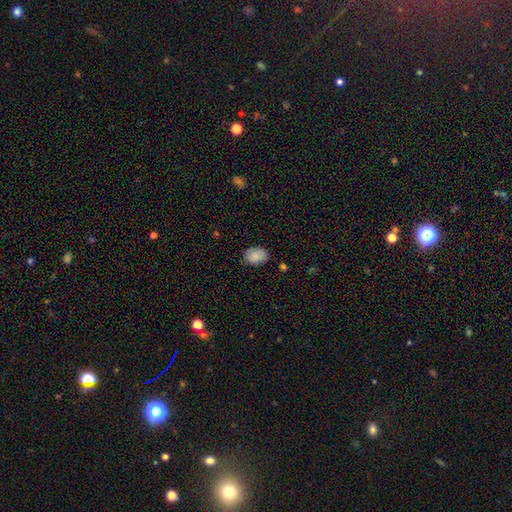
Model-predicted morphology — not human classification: A smooth galaxy with no disk features (87%) that is in between round and cigar-shaped (77%). Merging: none (79%).